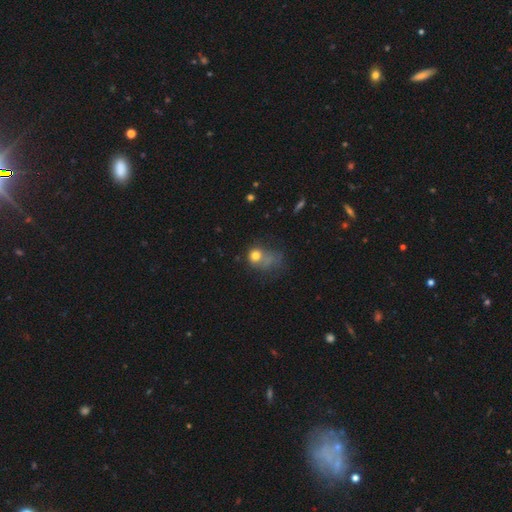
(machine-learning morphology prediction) The model was most divided on "merging": major disturbance: 41%, none: 24%, minor disturbance: 19%, merger: 15%. More confident: smooth or featured — smooth (70%); how rounded — round (60%).